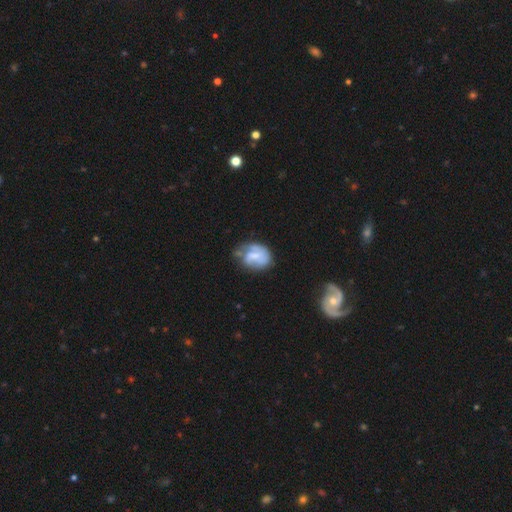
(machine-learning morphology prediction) A featured or disk galaxy (49%).

Vote fractions:
- Smooth or featured? featured or disk: 49% / smooth: 44% / star or artifact: 8%
- Merging? none: 40% / minor disturbance: 33% / major disturbance: 21% / merger: 5%